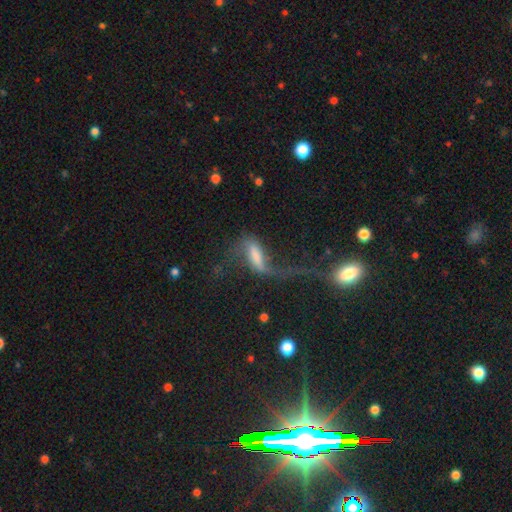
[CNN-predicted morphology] A featured or disk galaxy (59%) with a strong bar (41%), spiral arms (78%) and no central bulge (34%). Merging: major disturbance (42%).